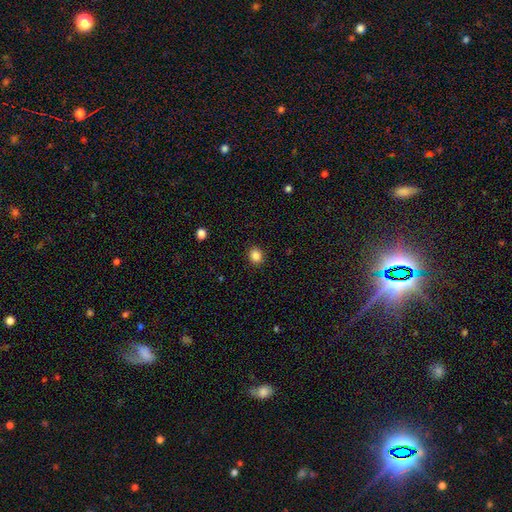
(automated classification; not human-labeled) This appears to be a smooth galaxy with no disk features (86%) that is round (72%). Merging: none (90%).